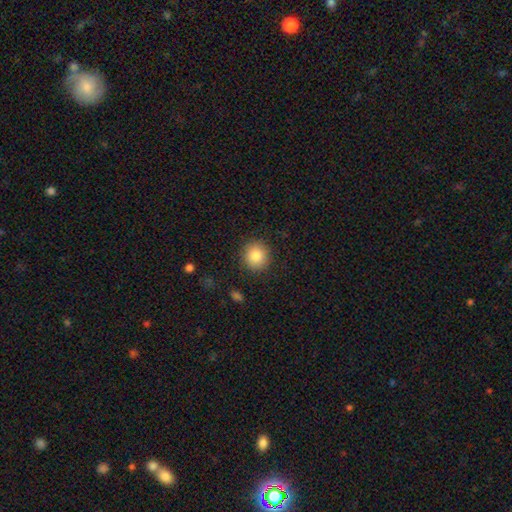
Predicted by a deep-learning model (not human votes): smooth 84%, star or artifact 9%, featured or disk 7%. Down the decision tree: how rounded — round (90%); merging — none (89%).